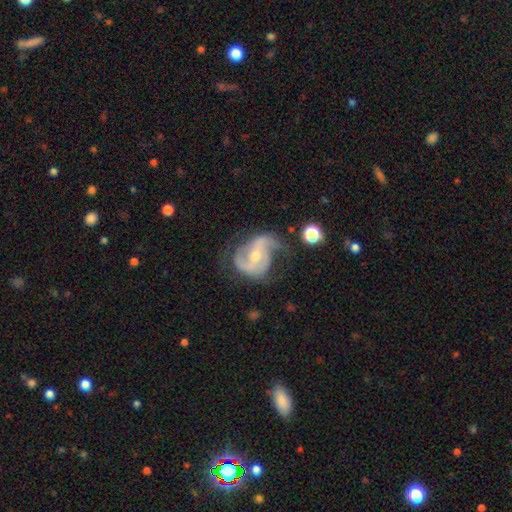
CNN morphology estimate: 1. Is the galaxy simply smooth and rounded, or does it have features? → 85% featured or disk, 9% smooth, 6% star or artifact.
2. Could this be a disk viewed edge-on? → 97% no, 3% yes.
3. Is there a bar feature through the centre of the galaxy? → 38% weak, 31% no, 30% strong.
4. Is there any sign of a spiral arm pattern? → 94% yes, 6% no.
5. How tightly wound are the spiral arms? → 44% medium, 39% loose, 17% tight.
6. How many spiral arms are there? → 79% 2, 7% can't tell, 7% 3, 5% 1, 1% 4, 1% more than 4.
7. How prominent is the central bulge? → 51% moderate, 46% small, 2% large, 1% none, 1% dominant.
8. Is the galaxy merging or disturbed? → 54% none, 25% minor disturbance, 18% major disturbance, 2% merger.